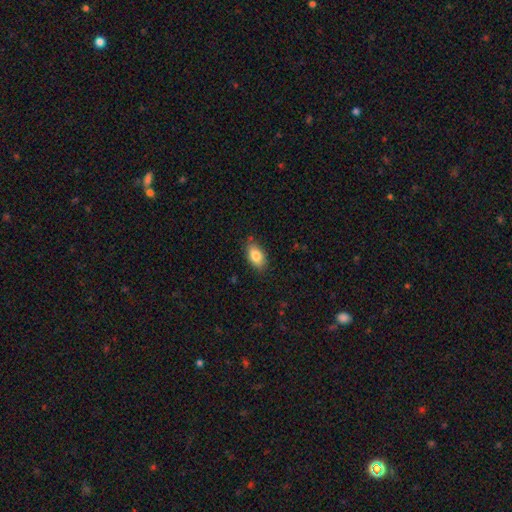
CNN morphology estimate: type=smooth (84%); roundness=in between (91%); merging=none (82%).